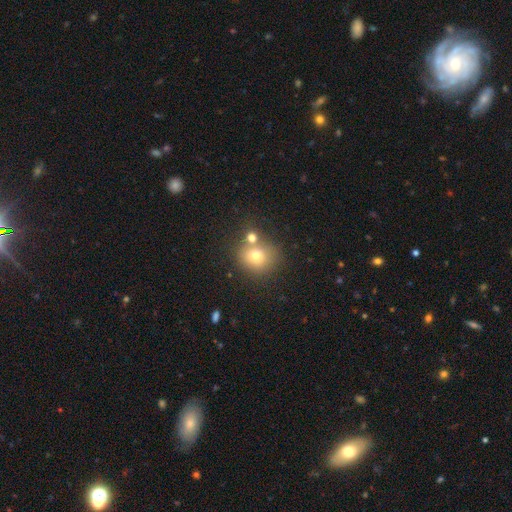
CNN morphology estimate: type=smooth (73%); roundness=round (82%); merging=none (59%).